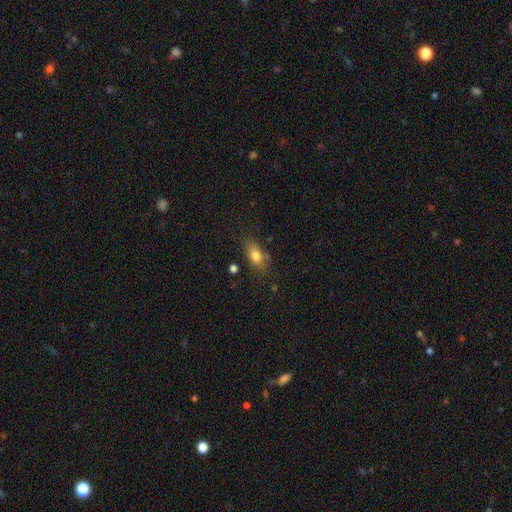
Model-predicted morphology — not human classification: Smooth or featured?
  - smooth: 78% *
  - featured or disk: 13%
  - star or artifact: 9%
How rounded?
  - in between: 84% *
  - round: 8%
  - cigar-shaped: 8%
Merging?
  - none: 68% *
  - minor disturbance: 21%
  - major disturbance: 6%
  - merger: 5%